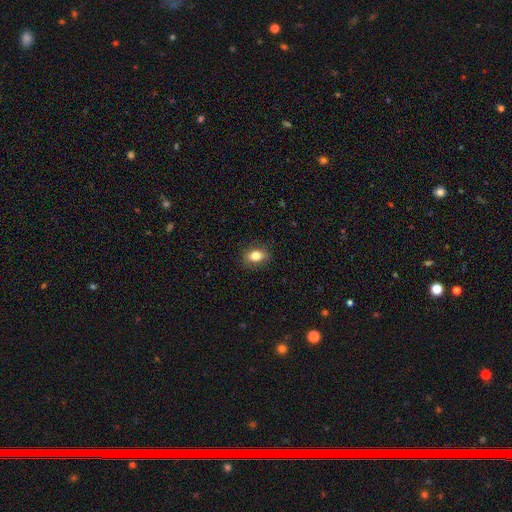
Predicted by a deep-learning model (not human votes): Morphology: type=smooth (79%); roundness=in between (74%); merging=none (84%).